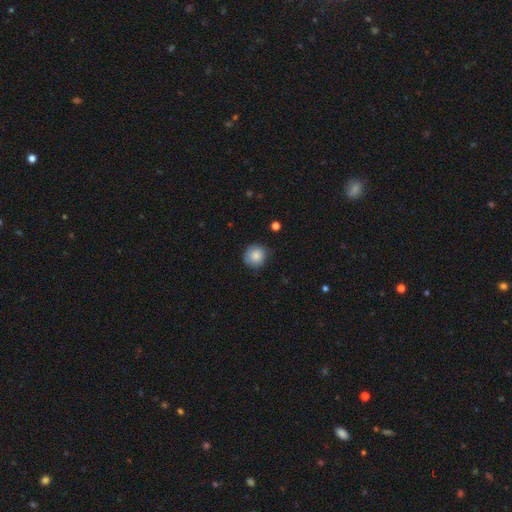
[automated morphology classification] type=smooth (85%); roundness=round (91%); merging=none (76%).